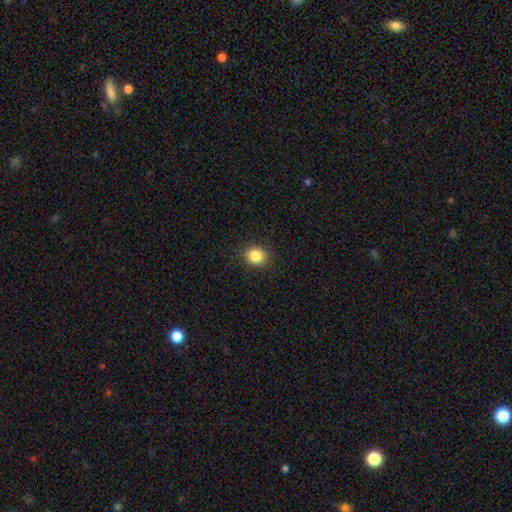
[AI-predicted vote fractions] Smooth or featured? Predicted: smooth (p=0.85). How rounded? Predicted: round (p=0.72). Merging? Predicted: none (p=0.90).